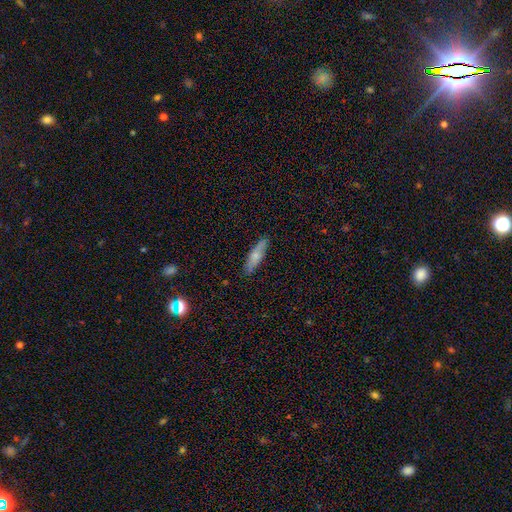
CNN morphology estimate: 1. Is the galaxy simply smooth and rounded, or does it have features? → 66% smooth, 27% featured or disk, 7% star or artifact.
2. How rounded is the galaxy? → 69% cigar-shaped, 29% in between, 2% round.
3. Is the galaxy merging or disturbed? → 86% none, 11% minor disturbance, 2% major disturbance, 1% merger.